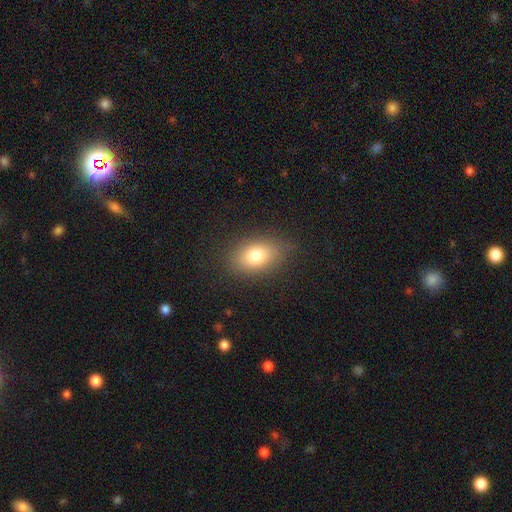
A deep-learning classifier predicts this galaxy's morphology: This is likely a smooth galaxy (77%). How rounded: likely in between (80%). Merging: clearly none (81%).